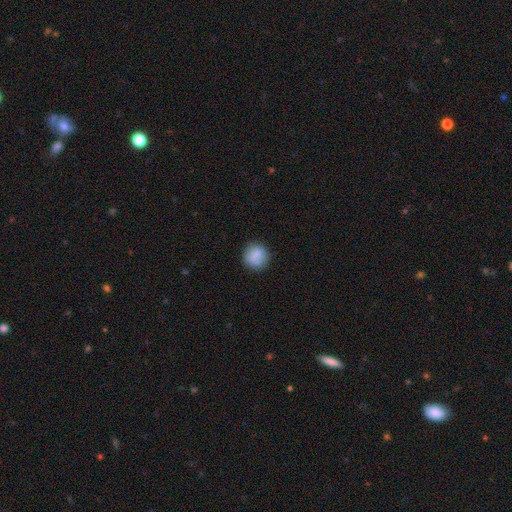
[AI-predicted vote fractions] This is clearly a smooth galaxy (82%). How rounded: clearly round (89%). Merging: clearly none (84%).